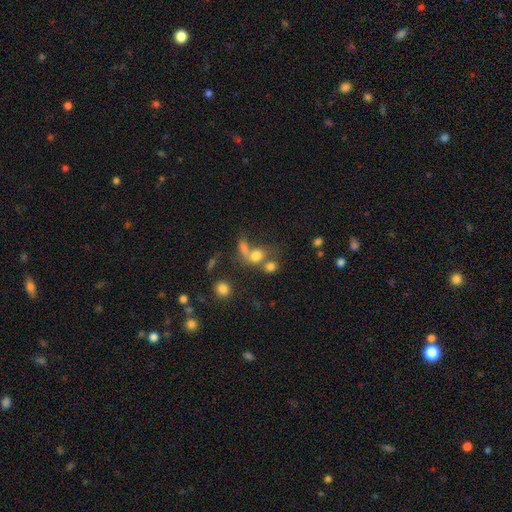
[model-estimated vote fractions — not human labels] Smooth or featured?
  - smooth: 70% *
  - star or artifact: 16%
  - featured or disk: 15%
How rounded?
  - round: 52% *
  - in between: 45%
  - cigar-shaped: 2%
Merging?
  - merger: 51% *
  - none: 30%
  - major disturbance: 10%
  - minor disturbance: 9%